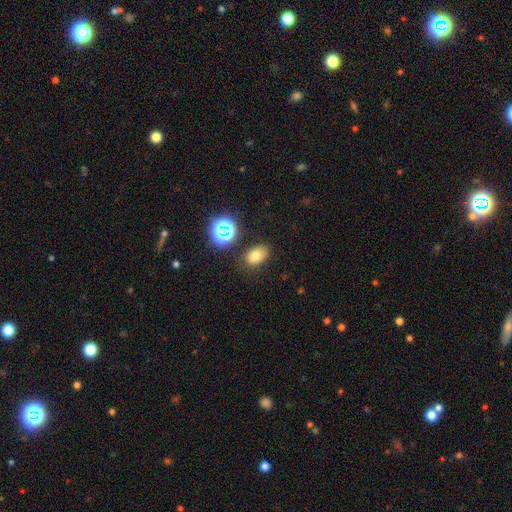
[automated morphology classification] smooth_or_featured: smooth (p=0.72) [alt: star or artifact p=0.18]
how_rounded: in between (p=0.74) [alt: round p=0.25]
merging: none (p=0.80) [alt: minor disturbance p=0.12]